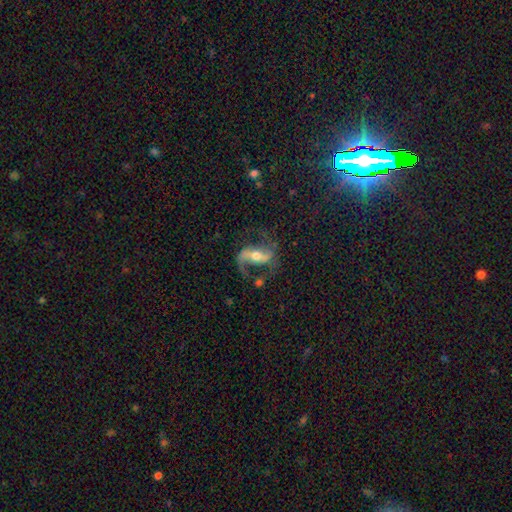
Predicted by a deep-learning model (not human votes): smooth-or-featured: featured or disk: 84% | star or artifact: 9% | smooth: 8%
  disk-edge-on: no: 94% | yes: 6%
    bar: strong: 46% | weak: 30% | no: 24%
    has-spiral-arms: yes: 95% | no: 5%
      spiral-winding: loose: 56% | medium: 35% | tight: 9%
      spiral-arm-count: 2: 89% | 1: 5% | can't tell: 3% | 3: 1% | 4: 1% | more than 4: 1%
    bulge-size: moderate: 61% | small: 31% | large: 5% | none: 2% | dominant: 1%
  merging: none: 66% | minor disturbance: 16% | major disturbance: 15% | merger: 3%